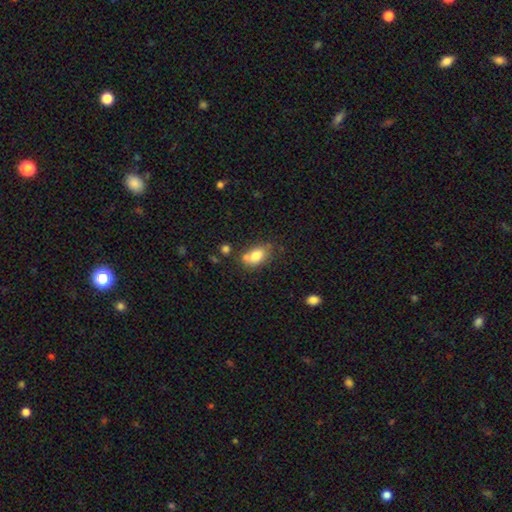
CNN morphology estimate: smooth 78%, featured or disk 13%, star or artifact 9%. Down the decision tree: how rounded — in between (80%); merging — none (51%).